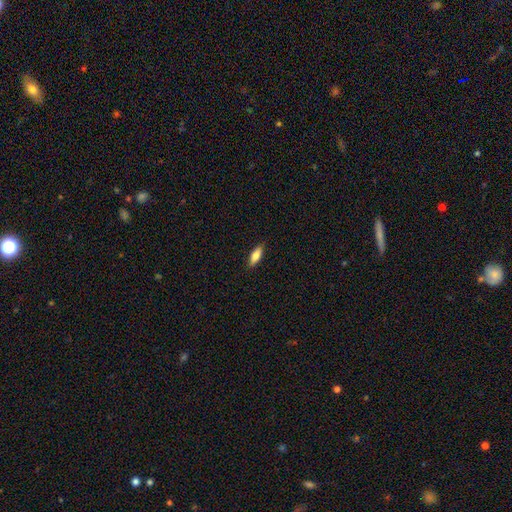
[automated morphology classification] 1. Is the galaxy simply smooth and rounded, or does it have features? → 79% smooth, 15% featured or disk, 6% star or artifact.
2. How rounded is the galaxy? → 64% in between, 34% cigar-shaped, 2% round.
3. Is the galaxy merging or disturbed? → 88% none, 9% minor disturbance, 2% major disturbance, 1% merger.